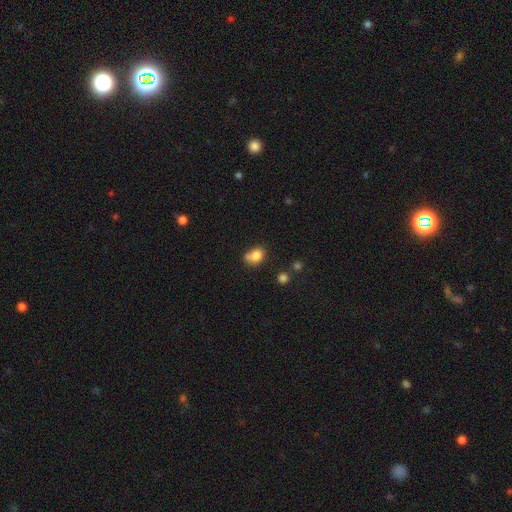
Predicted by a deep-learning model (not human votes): A smooth galaxy with no disk features (80%) that is in between round and cigar-shaped (55%). Merging: none (45%).